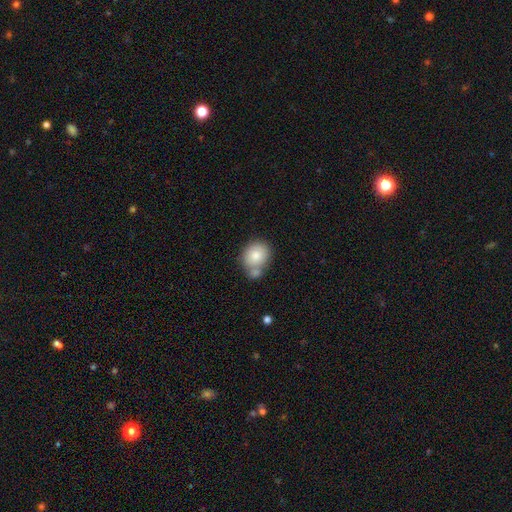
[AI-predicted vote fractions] This is clearly a smooth galaxy (80%). How rounded: likely round (69%). Merging: possibly none (48%).